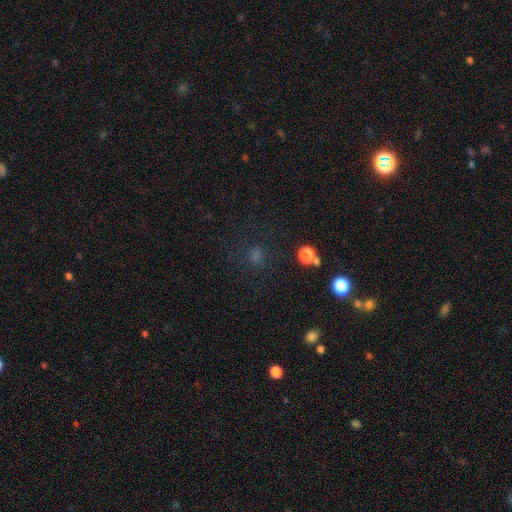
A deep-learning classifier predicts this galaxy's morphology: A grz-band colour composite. It shows a smooth galaxy with no disk features (57%) that is round (84%). Merging: none (77%).